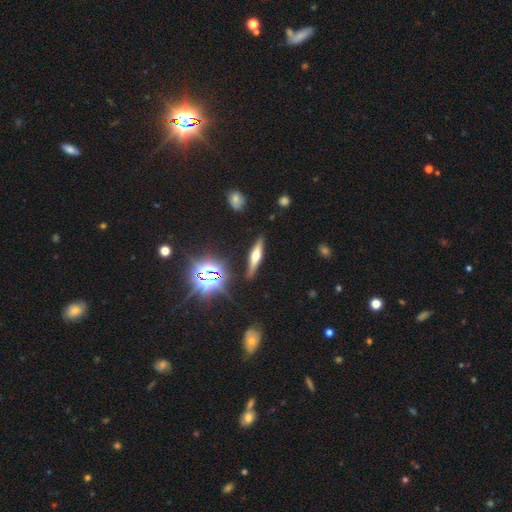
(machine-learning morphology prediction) A featured or disk galaxy (54%) viewed edge-on (94%) with a rounded central bulge (90%). Merging: none (85%).